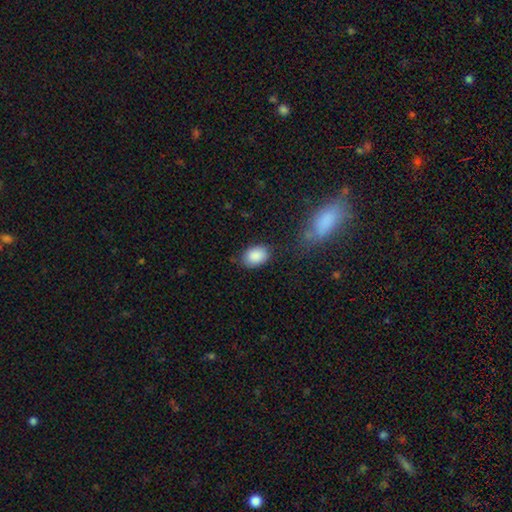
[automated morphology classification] smooth_or_featured: smooth (p=0.89) [alt: star or artifact p=0.07]
how_rounded: in between (p=0.78) [alt: round p=0.21]
merging: none (p=0.76) [alt: minor disturbance p=0.17]